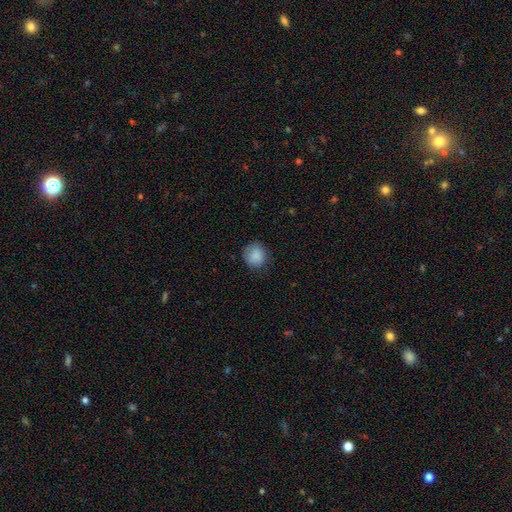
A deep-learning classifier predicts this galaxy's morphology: smooth_or_featured: smooth (p=0.88) [alt: star or artifact p=0.08]
how_rounded: round (p=0.81) [alt: in between p=0.18]
merging: none (p=0.81) [alt: minor disturbance p=0.14]